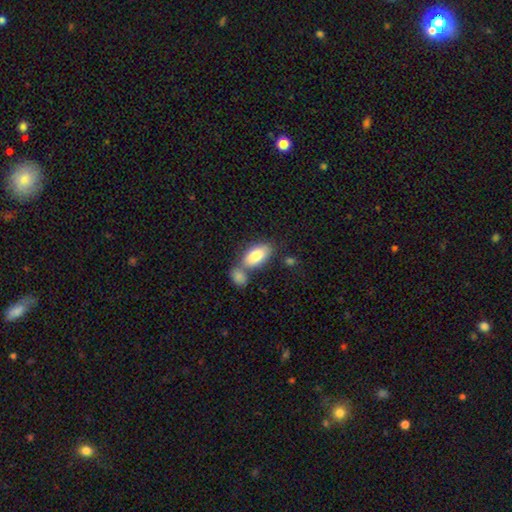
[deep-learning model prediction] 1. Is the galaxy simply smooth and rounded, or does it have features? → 83% smooth, 11% featured or disk, 6% star or artifact.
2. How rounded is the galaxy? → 92% in between, 4% cigar-shaped, 3% round.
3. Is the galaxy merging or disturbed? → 45% none, 39% merger, 12% minor disturbance, 4% major disturbance.